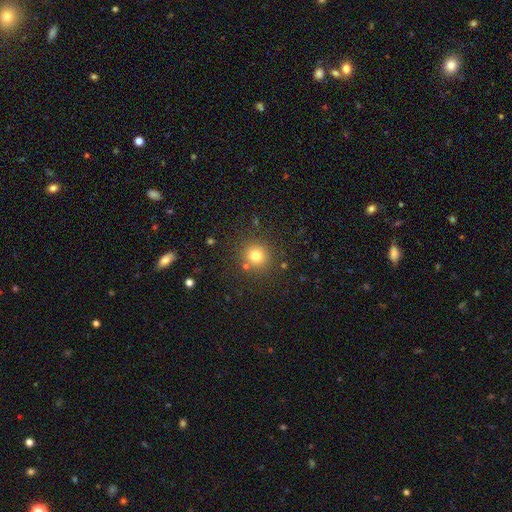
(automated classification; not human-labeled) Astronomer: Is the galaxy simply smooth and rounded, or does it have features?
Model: smooth — 78%.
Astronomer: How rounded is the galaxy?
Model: round — 93%.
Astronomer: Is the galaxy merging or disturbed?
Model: none — 84%.